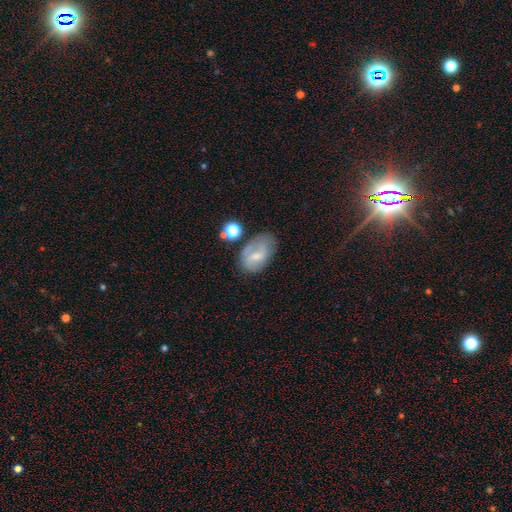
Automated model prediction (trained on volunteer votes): Smooth or featured?
  - smooth: 52% *
  - featured or disk: 38%
  - star or artifact: 10%
How rounded?
  - in between: 86% *
  - round: 12%
  - cigar-shaped: 2%
Merging?
  - none: 53% *
  - minor disturbance: 27%
  - major disturbance: 13%
  - merger: 7%